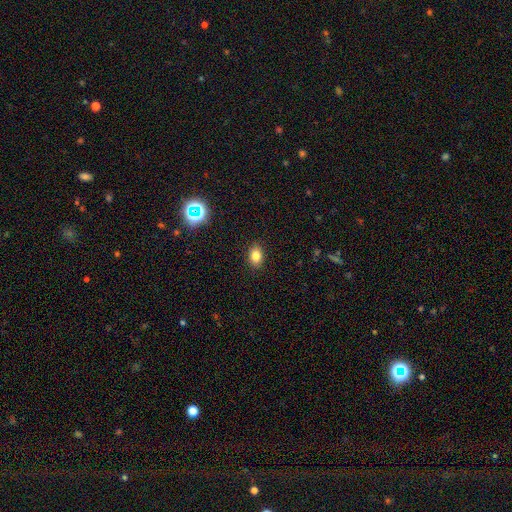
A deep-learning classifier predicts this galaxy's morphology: Overall: smooth (80%). How rounded: in between (76%). Merging: none (89%).